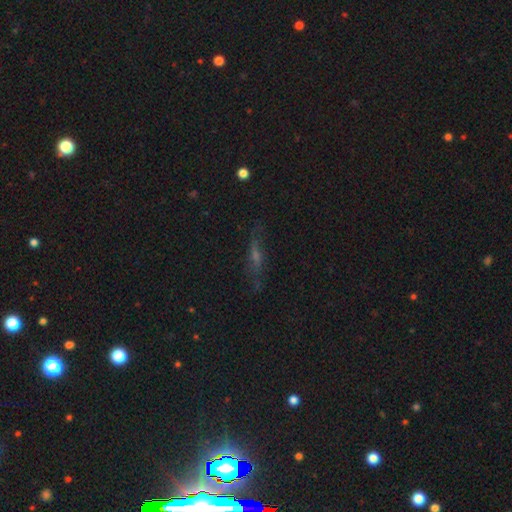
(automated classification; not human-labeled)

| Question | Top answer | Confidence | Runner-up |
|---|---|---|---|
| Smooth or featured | featured or disk | 47% | smooth (30%) |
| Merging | none | 72% | minor disturbance (17%) |